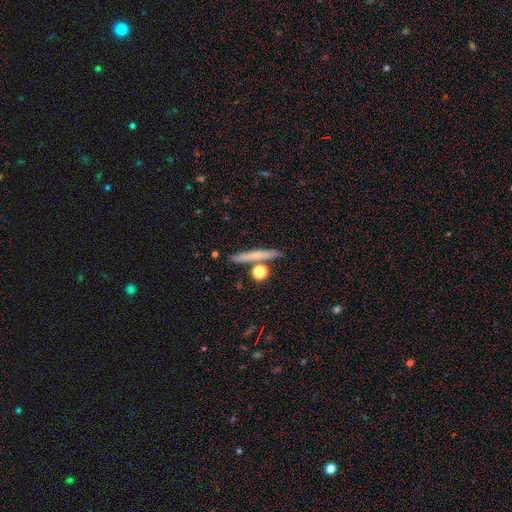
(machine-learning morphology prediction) The model was most divided on "smooth or featured": smooth: 57%, featured or disk: 34%, star or artifact: 9%. More confident: how rounded — cigar-shaped (87%); merging — none (80%).